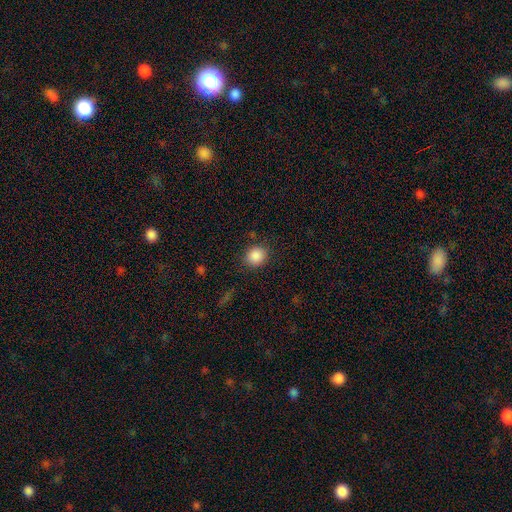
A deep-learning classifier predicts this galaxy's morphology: This appears to be a smooth galaxy with no disk features (87%) that is round (77%). Merging: none (85%).